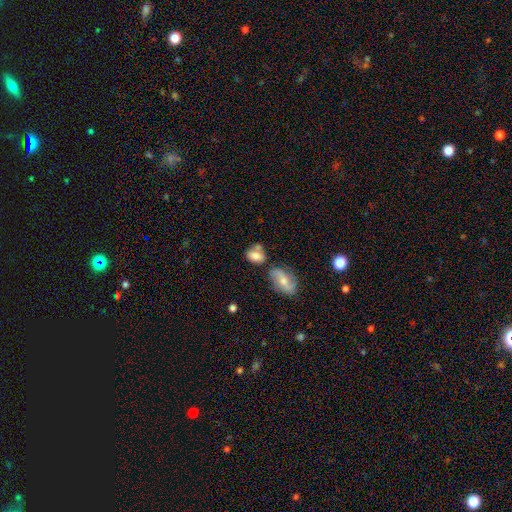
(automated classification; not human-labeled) Smooth or featured: smooth — 77% (featured or disk — 15%)
How rounded: in between — 77% (round — 20%)
Merging: none — 47% (merger — 26%)